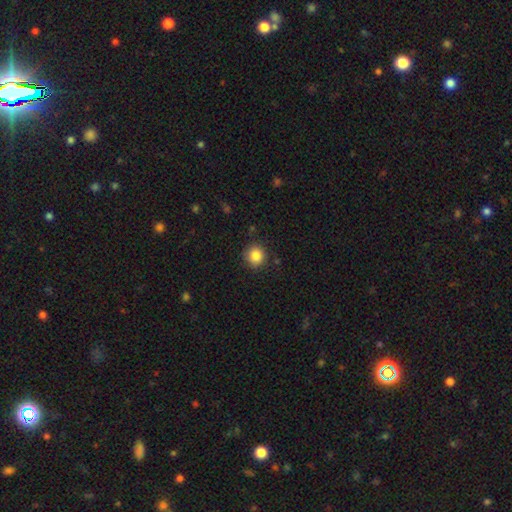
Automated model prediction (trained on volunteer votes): smooth_or_featured: smooth (p=0.86) [alt: star or artifact p=0.10]
how_rounded: round (p=0.92) [alt: in between p=0.07]
merging: none (p=0.88) [alt: minor disturbance p=0.08]